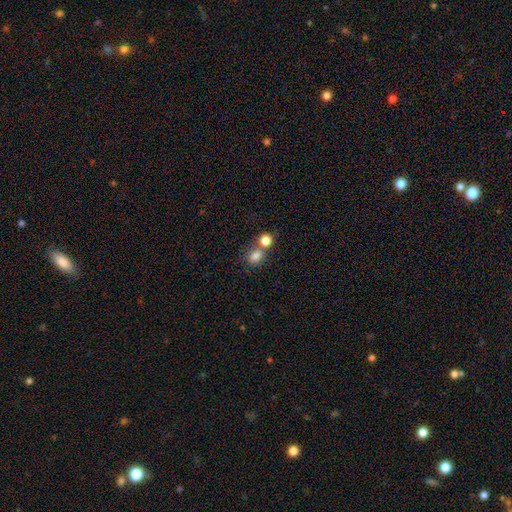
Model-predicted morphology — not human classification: Smooth or featured: smooth — 81% (star or artifact — 11%)
How rounded: in between — 54% (round — 45%)
Merging: merger — 47% (none — 39%)